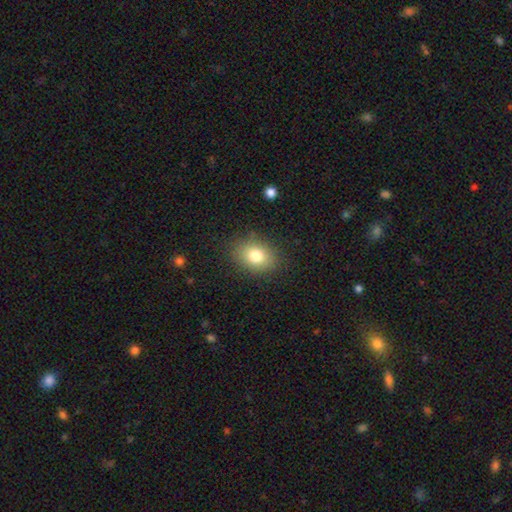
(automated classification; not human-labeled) Q: Smooth or featured?
A: smooth (80%); runner-up: featured or disk (10%)
Q: How rounded?
A: in between (69%); runner-up: round (30%)
Q: Merging?
A: none (84%); runner-up: minor disturbance (11%)